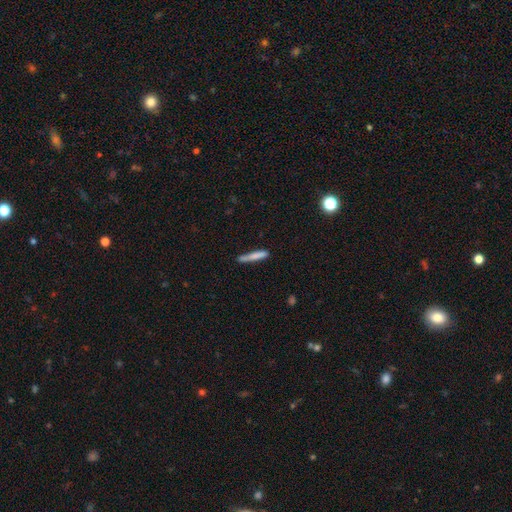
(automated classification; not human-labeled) Overall: smooth (78%). How rounded: cigar-shaped (93%). Merging: none (72%).